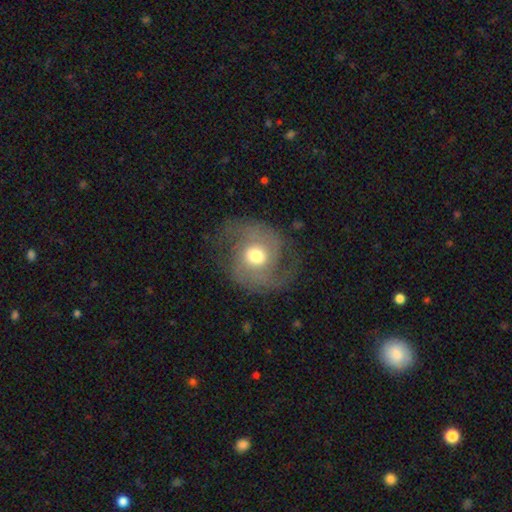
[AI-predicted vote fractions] smooth_or_featured: featured or disk (p=0.81) [alt: smooth p=0.11]
disk_edge_on: no (p=0.97) [alt: yes p=0.03]
bar: no (p=0.61) [alt: weak p=0.30]
has_spiral_arms: yes (p=0.94) [alt: no p=0.06]
spiral_winding: medium (p=0.50) [alt: tight p=0.29]
spiral_arm_count: 2 (p=0.85) [alt: can't tell p=0.06]
bulge_size: moderate (p=0.73) [alt: large p=0.14]
merging: none (p=0.77) [alt: minor disturbance p=0.14]